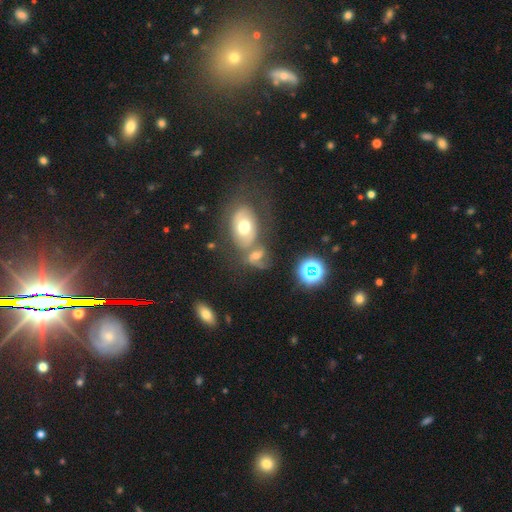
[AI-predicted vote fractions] Smooth or featured? featured or disk (46%)
Merging? merger (43%)